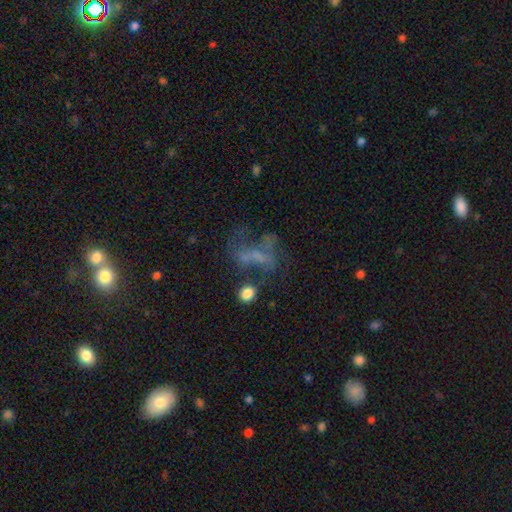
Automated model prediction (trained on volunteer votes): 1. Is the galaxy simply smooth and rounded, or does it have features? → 47% featured or disk, 28% star or artifact, 25% smooth.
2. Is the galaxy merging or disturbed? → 36% none, 35% major disturbance, 15% minor disturbance, 13% merger.